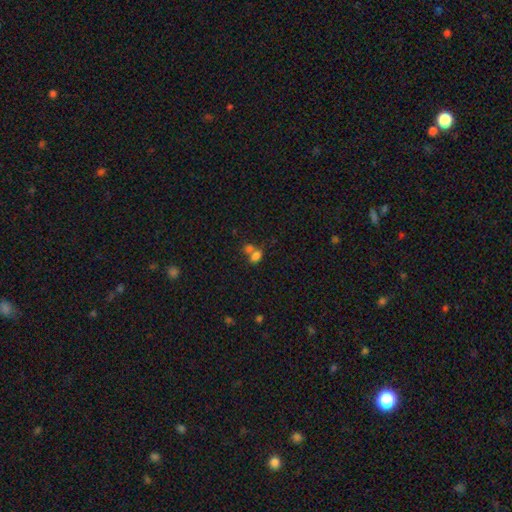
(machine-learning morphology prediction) type=smooth (45%); merging=none (49%).